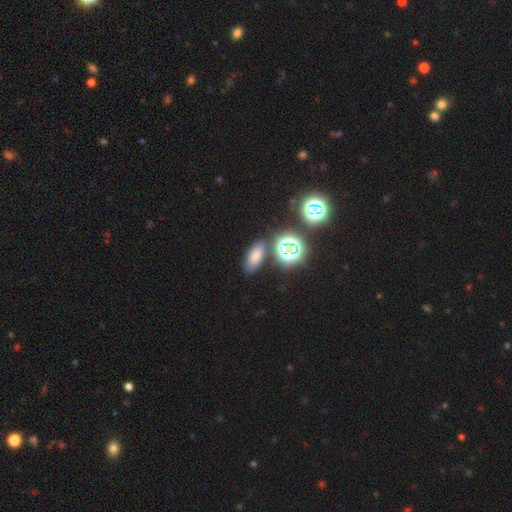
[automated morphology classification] smooth 61%, star or artifact 30%, featured or disk 10%. Down the decision tree: how rounded — in between (79%); merging — none (78%).